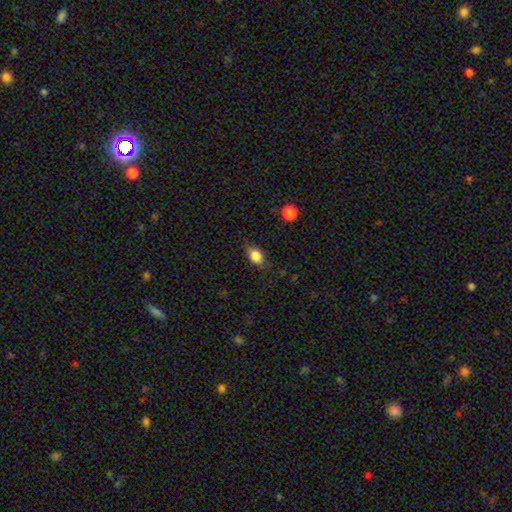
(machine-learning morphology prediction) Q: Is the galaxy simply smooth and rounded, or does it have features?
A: smooth — 80%.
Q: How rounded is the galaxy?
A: in between — 76%.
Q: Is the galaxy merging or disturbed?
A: none — 74%.